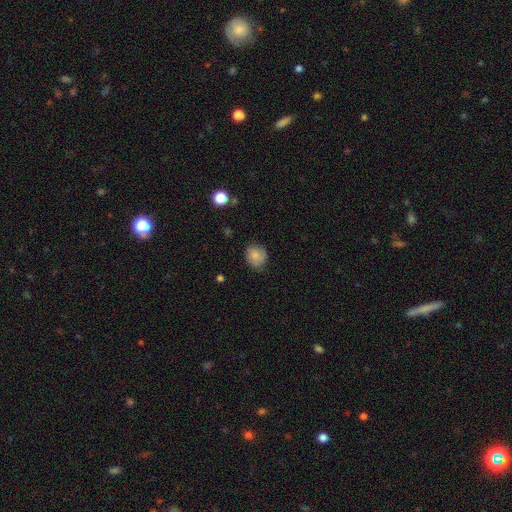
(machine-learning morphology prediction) smooth-or-featured: smooth: 81% | featured or disk: 10% | star or artifact: 9%
  how-rounded: round: 63% | in between: 36% | cigar-shaped: 1%
  merging: none: 73% | minor disturbance: 21% | major disturbance: 4% | merger: 1%